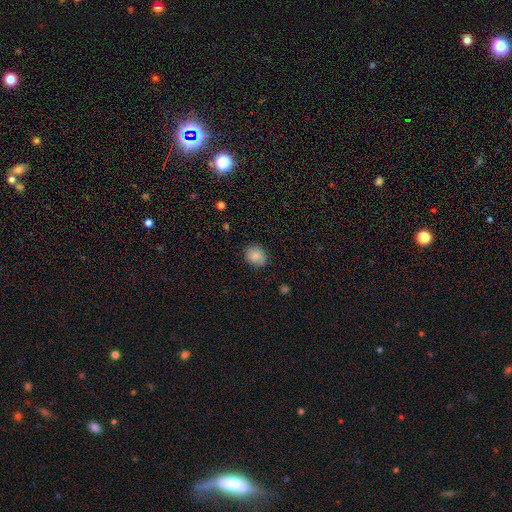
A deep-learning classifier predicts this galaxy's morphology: Q: Smooth or featured?
A: smooth (84%); runner-up: star or artifact (9%)
Q: How rounded?
A: round (68%); runner-up: in between (31%)
Q: Merging?
A: none (81%); runner-up: minor disturbance (15%)